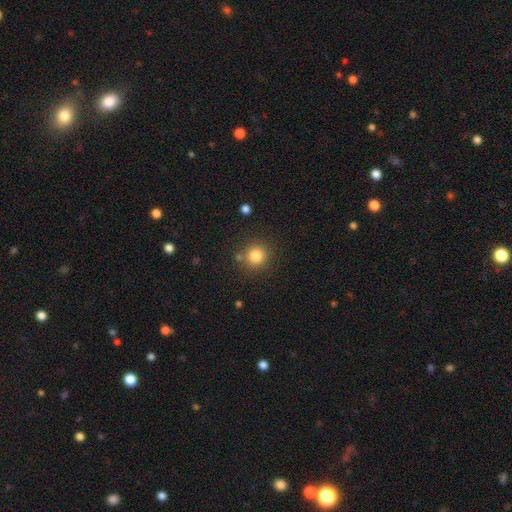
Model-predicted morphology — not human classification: Smooth or featured?
  - smooth: 82% *
  - star or artifact: 12%
  - featured or disk: 6%
How rounded?
  - round: 92% *
  - in between: 7%
  - cigar-shaped: 1%
Merging?
  - none: 83% *
  - minor disturbance: 8%
  - merger: 6%
  - major disturbance: 3%